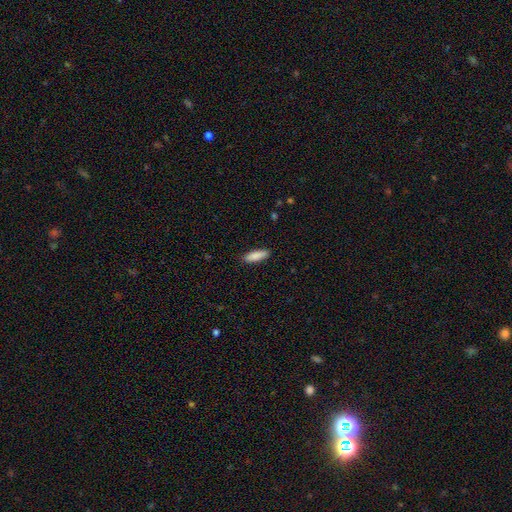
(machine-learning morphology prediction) A smooth galaxy with no disk features (88%) that is cigar-shaped (53%). Merging: none (88%).